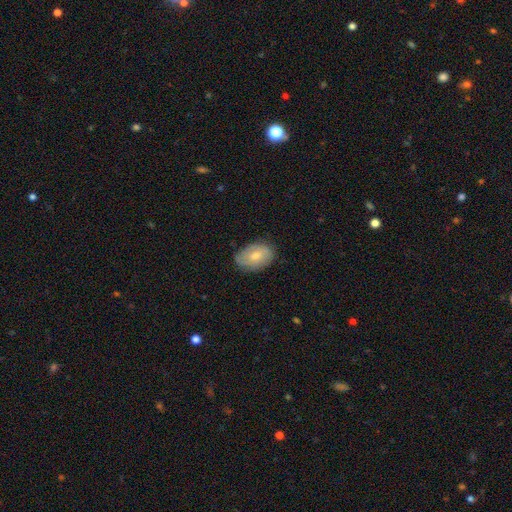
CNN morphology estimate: The model was most divided on "smooth or featured": smooth: 65%, featured or disk: 28%, star or artifact: 6%. More confident: how rounded — in between (88%); merging — none (78%).